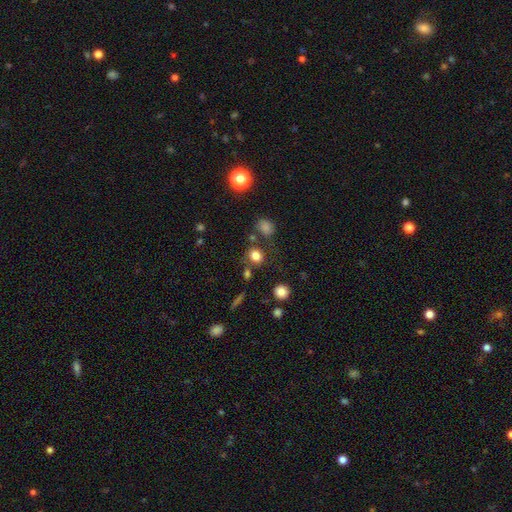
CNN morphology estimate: A smooth galaxy with no disk features (79%) that is round (73%). Merging: none (74%).